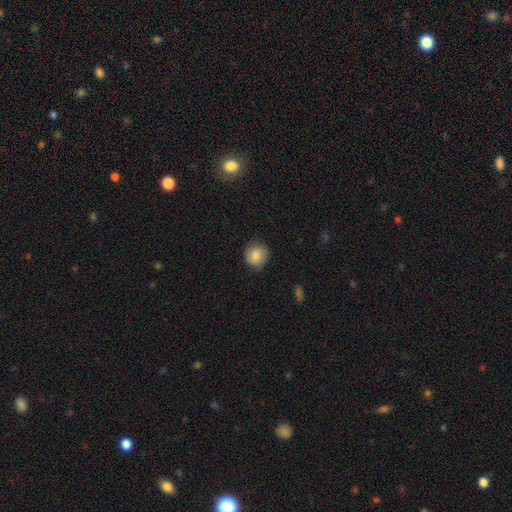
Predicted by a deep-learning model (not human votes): Smooth or featured? Predicted: smooth (p=0.82). How rounded? Predicted: round (p=0.89). Merging? Predicted: none (p=0.82).